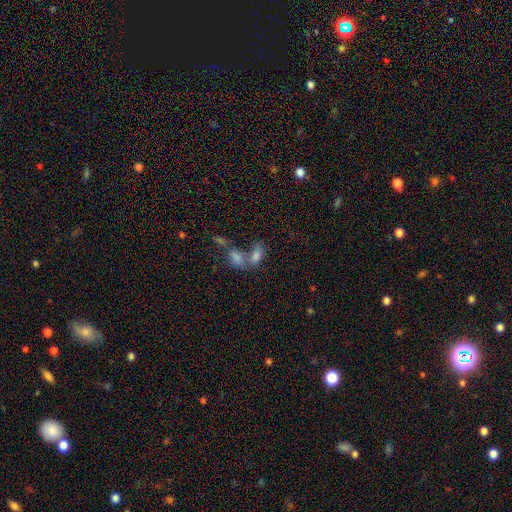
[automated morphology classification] smooth_or_featured: smooth (p=0.58) [alt: star or artifact p=0.22]
how_rounded: in between (p=0.80) [alt: round p=0.13]
merging: merger (p=0.56) [alt: none p=0.29]